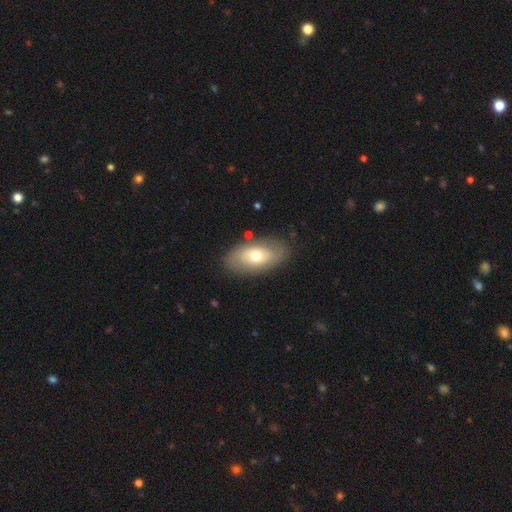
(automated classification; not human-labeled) This appears to be a smooth galaxy with no disk features (55%) that is in between round and cigar-shaped (91%). Merging: none (81%).